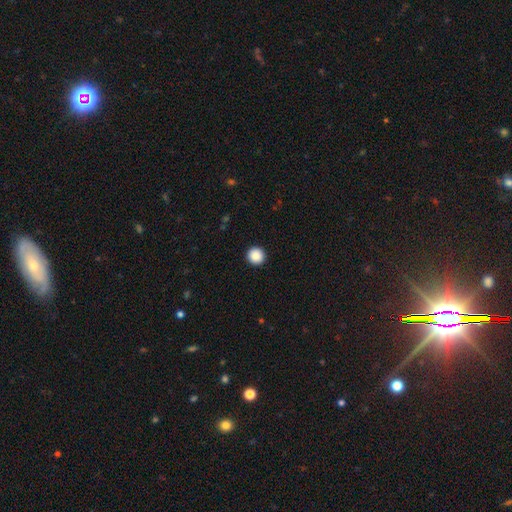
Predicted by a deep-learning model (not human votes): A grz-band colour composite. It shows a smooth galaxy with no disk features (89%) that is round (96%). Merging: none (93%).